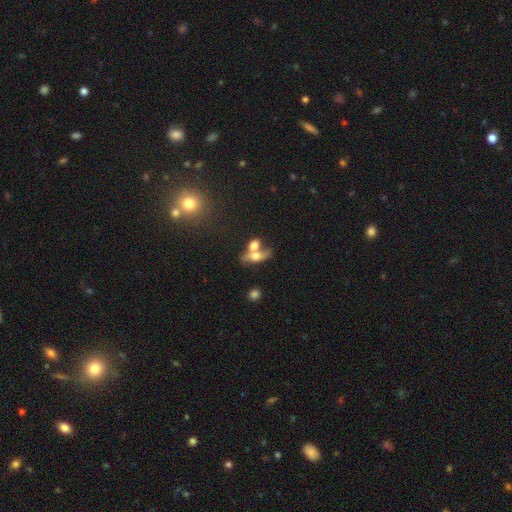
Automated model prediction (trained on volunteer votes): Smooth or featured: smooth — 57% (featured or disk — 33%)
How rounded: in between — 67% (cigar-shaped — 21%)
Merging: merger — 52% (none — 31%)